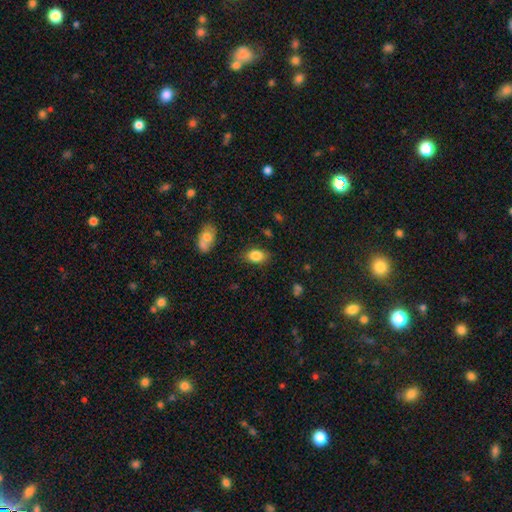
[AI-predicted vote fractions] smooth-or-featured: smooth: 84% | star or artifact: 9% | featured or disk: 7%
  how-rounded: in between: 83% | round: 15% | cigar-shaped: 2%
  merging: none: 81% | minor disturbance: 14% | major disturbance: 3% | merger: 2%